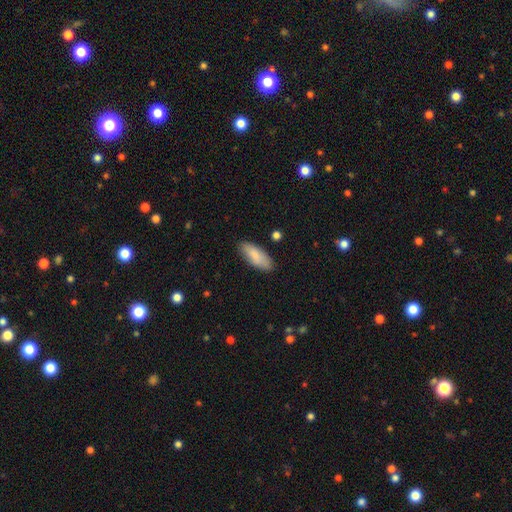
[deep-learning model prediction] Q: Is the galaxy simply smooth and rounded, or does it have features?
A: smooth — 84%.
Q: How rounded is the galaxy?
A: in between — 78%.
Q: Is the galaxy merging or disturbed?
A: none — 84%.